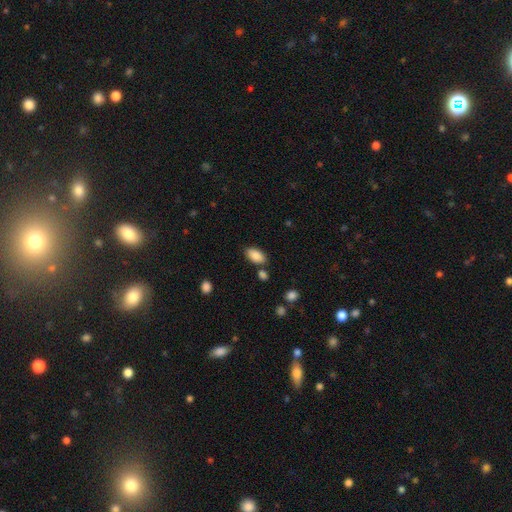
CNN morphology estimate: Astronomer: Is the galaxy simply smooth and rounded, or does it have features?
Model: smooth — 87%.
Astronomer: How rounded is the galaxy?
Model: in between — 93%.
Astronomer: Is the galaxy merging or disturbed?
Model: none — 78%.